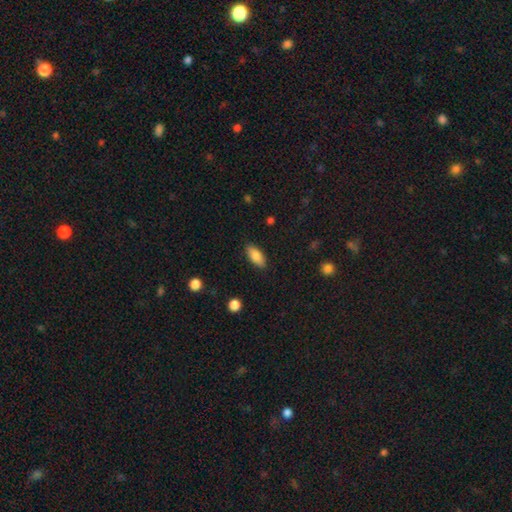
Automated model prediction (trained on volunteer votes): Morphology: type=smooth (84%); roundness=in between (84%); merging=none (86%).